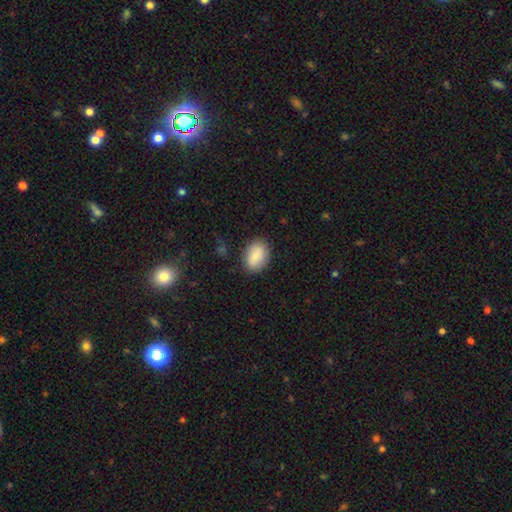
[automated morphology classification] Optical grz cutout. It shows a smooth galaxy with no disk features (86%) that is in between round and cigar-shaped (83%). Merging: none (84%).